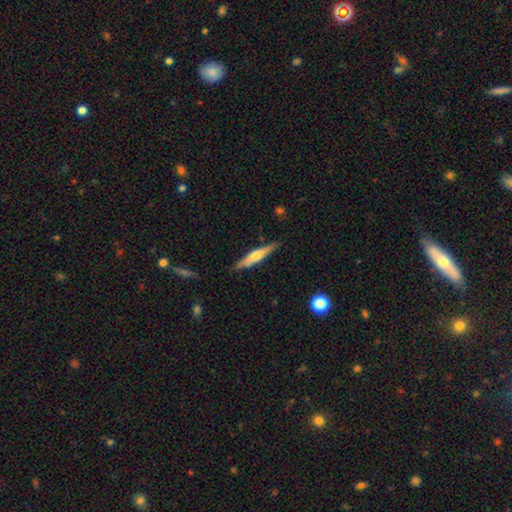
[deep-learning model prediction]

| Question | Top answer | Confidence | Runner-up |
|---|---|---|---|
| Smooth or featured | featured or disk | 52% | smooth (42%) |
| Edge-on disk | yes | 94% | no (6%) |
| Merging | none | 85% | minor disturbance (11%) |